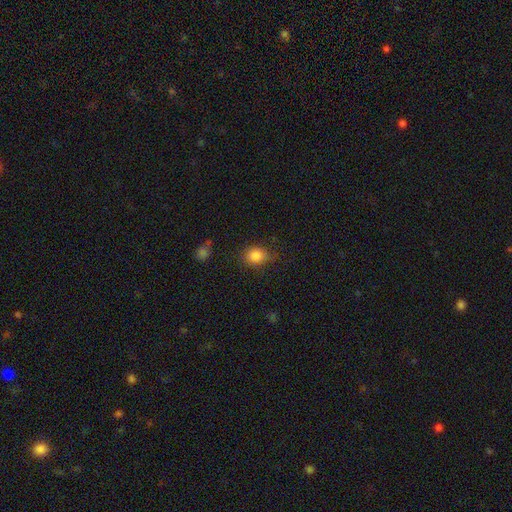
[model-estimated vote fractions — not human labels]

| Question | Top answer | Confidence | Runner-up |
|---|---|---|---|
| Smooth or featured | smooth | 85% | star or artifact (10%) |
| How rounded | round | 59% | in between (40%) |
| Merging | none | 74% | minor disturbance (19%) |